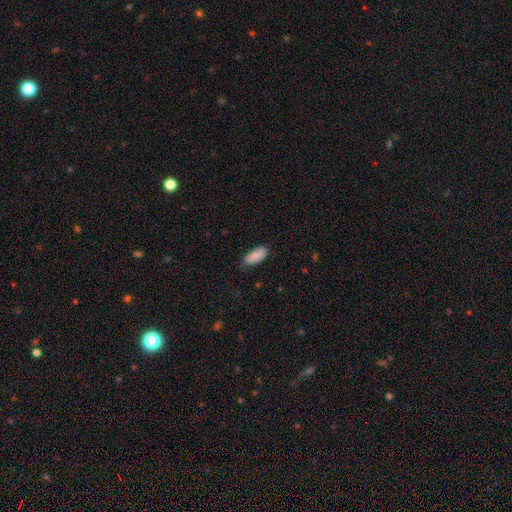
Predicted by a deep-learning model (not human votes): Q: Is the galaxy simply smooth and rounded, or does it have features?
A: smooth — 86%.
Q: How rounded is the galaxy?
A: in between — 88%.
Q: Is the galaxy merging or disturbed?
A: none — 77%.